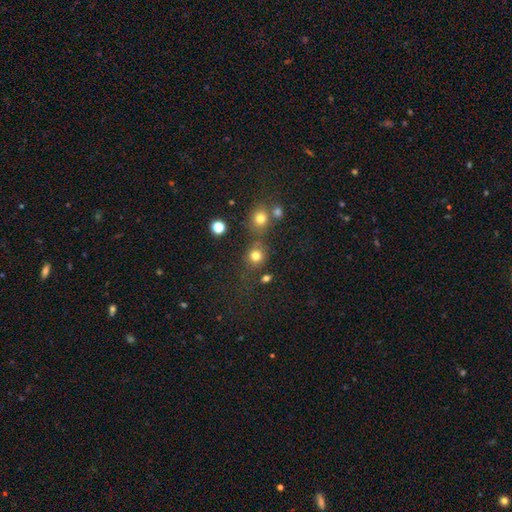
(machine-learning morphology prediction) type=smooth (76%); roundness=round (86%); merging=none (66%).